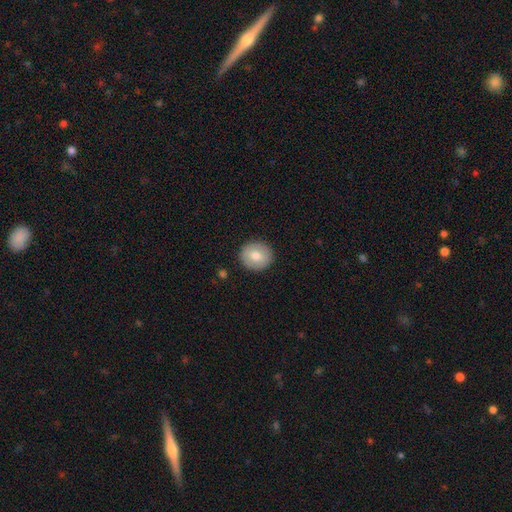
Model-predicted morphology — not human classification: This is likely a smooth galaxy (74%). How rounded: clearly round (88%). Merging: clearly none (90%).